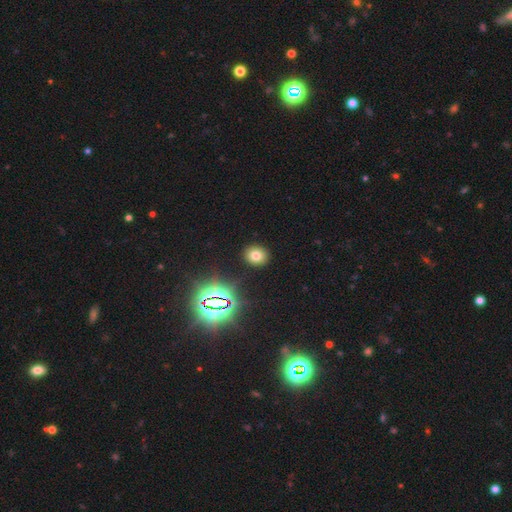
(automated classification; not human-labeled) Smooth or featured? smooth (72%)
How rounded? round (63%)
Merging? none (89%)